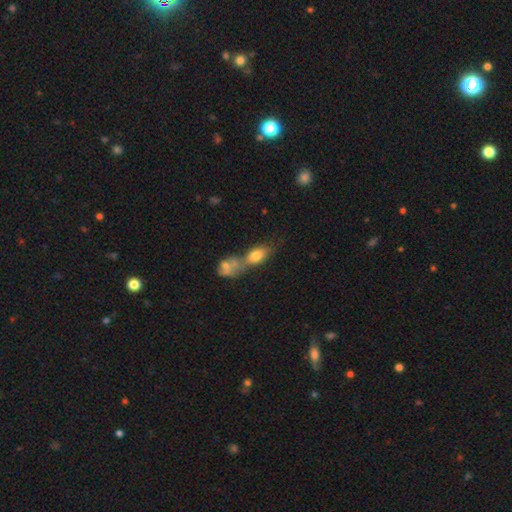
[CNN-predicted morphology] smooth_or_featured: smooth (p=0.73) [alt: featured or disk p=0.18]
how_rounded: in between (p=0.80) [alt: round p=0.11]
merging: merger (p=0.54) [alt: none p=0.28]